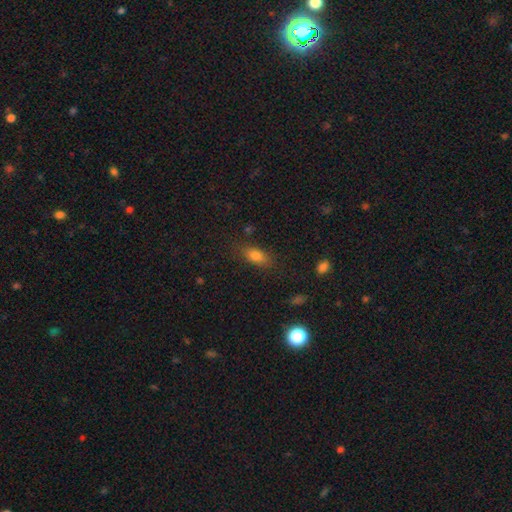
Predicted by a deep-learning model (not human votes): Smooth or featured?
  - smooth: 79% *
  - star or artifact: 11%
  - featured or disk: 9%
How rounded?
  - in between: 80% *
  - cigar-shaped: 10%
  - round: 9%
Merging?
  - none: 78% *
  - minor disturbance: 15%
  - major disturbance: 5%
  - merger: 2%